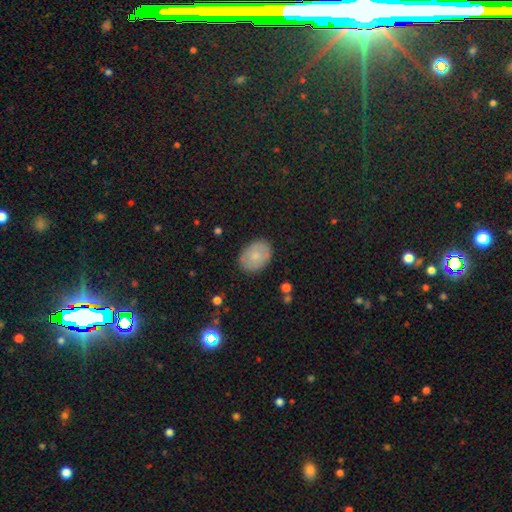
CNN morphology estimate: This appears to be a smooth galaxy with no disk features (75%) that is in between round and cigar-shaped (73%). Merging: none (86%).